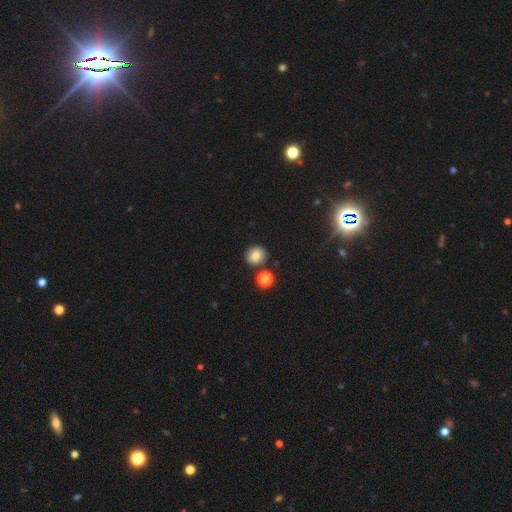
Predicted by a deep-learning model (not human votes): smooth 84%, star or artifact 11%, featured or disk 5%. Down the decision tree: how rounded — round (80%); merging — none (81%).